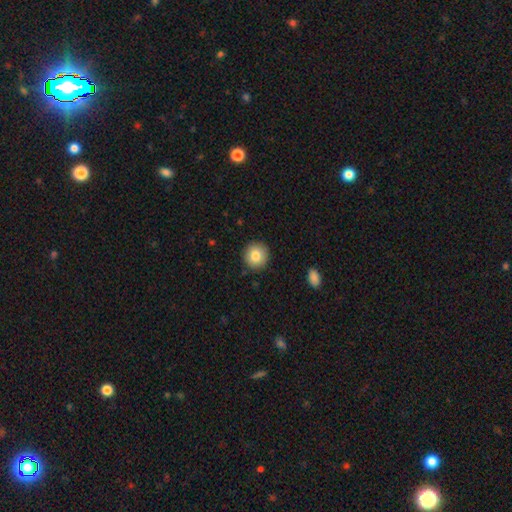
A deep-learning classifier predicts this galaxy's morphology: smooth_or_featured: smooth (p=0.84) [alt: star or artifact p=0.08]
how_rounded: round (p=0.90) [alt: in between p=0.09]
merging: none (p=0.91) [alt: minor disturbance p=0.07]